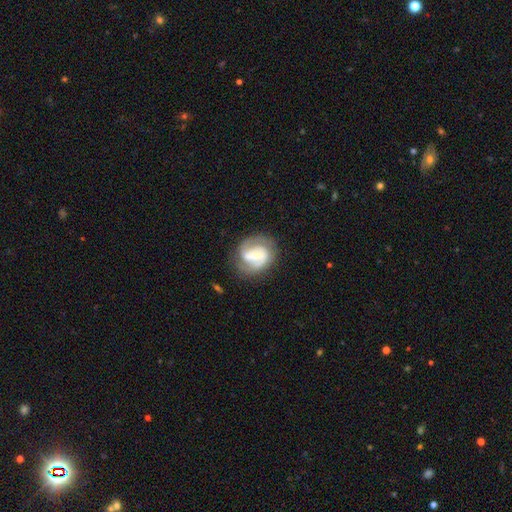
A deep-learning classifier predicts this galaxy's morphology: Q: Smooth or featured?
A: featured or disk (83%); runner-up: smooth (12%)
Q: Edge-on disk?
A: no (98%); runner-up: yes (2%)
Q: Bar?
A: weak (44%); runner-up: no (29%)
Q: Spiral arms?
A: yes (95%); runner-up: no (5%)
Q: Spiral winding?
A: medium (49%); runner-up: tight (35%)
Q: Spiral arm count?
A: 2 (82%); runner-up: can't tell (7%)
Q: Bulge size?
A: small (56%); runner-up: moderate (36%)
Q: Merging?
A: none (74%); runner-up: minor disturbance (17%)